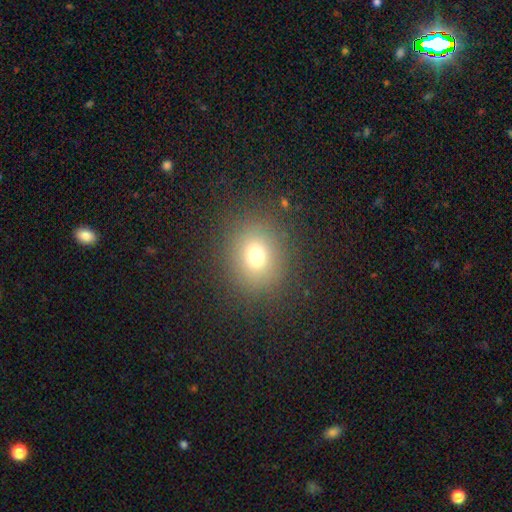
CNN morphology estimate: smooth 72%, star or artifact 18%, featured or disk 10%. Down the decision tree: how rounded — round (77%); merging — none (87%).